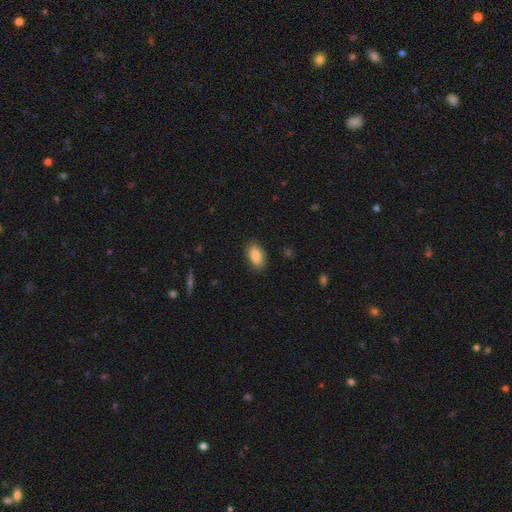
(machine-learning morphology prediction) This appears to be a smooth galaxy with no disk features (86%) that is in between round and cigar-shaped (91%). Merging: none (82%).